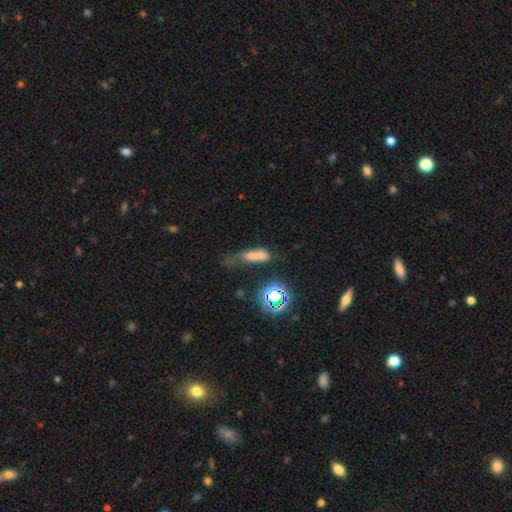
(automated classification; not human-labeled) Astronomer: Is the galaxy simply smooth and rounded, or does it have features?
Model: smooth — 62%.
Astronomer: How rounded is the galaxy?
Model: cigar-shaped — 49% (runner-up: in between, 43%).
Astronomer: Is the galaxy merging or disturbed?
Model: major disturbance — 34% (runner-up: none, 29%).